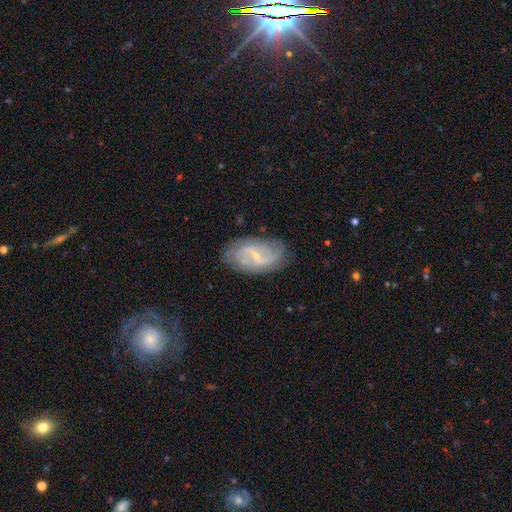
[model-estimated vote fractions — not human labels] Smooth or featured? Predicted: featured or disk (p=0.82). Edge-on disk? Predicted: no (p=0.96). Bar? Predicted: weak (p=0.52). Spiral arms? Predicted: yes (p=0.93). Spiral winding? Predicted: medium (p=0.41). Spiral arm count? Predicted: 2 (p=0.55). Bulge size? Predicted: small (p=0.78). Merging? Predicted: none (p=0.77).